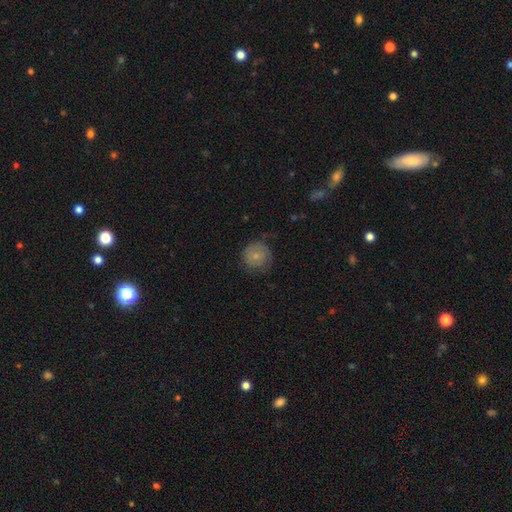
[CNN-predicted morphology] Q: Smooth or featured?
A: smooth (70%); runner-up: featured or disk (22%)
Q: How rounded?
A: round (92%); runner-up: in between (7%)
Q: Merging?
A: none (67%); runner-up: minor disturbance (24%)